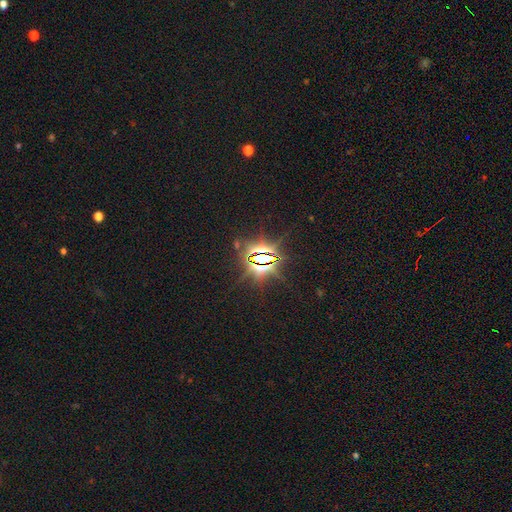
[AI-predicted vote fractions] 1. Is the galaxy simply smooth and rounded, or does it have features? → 84% star or artifact, 8% smooth, 8% featured or disk.